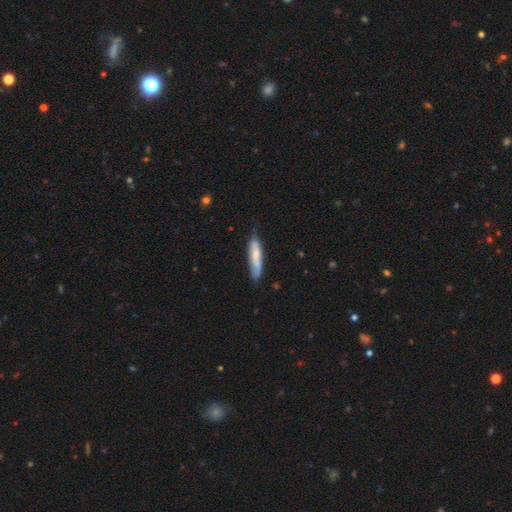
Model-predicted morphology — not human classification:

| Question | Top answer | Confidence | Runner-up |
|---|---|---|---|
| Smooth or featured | smooth | 62% | featured or disk (32%) |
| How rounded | cigar-shaped | 80% | in between (19%) |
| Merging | none | 65% | minor disturbance (27%) |